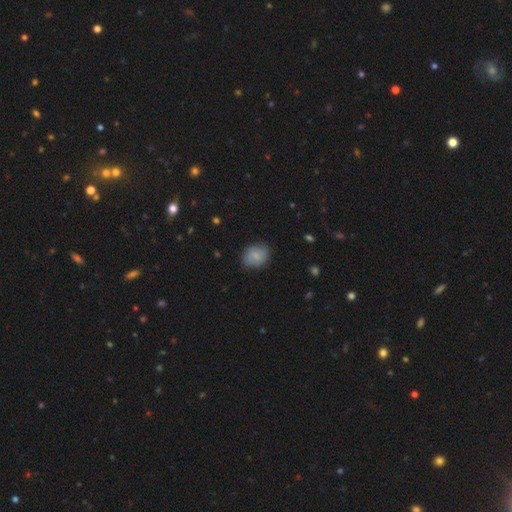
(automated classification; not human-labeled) smooth_or_featured: smooth (p=0.74) [alt: featured or disk p=0.18]
how_rounded: in between (p=0.60) [alt: round p=0.39]
merging: none (p=0.81) [alt: minor disturbance p=0.15]